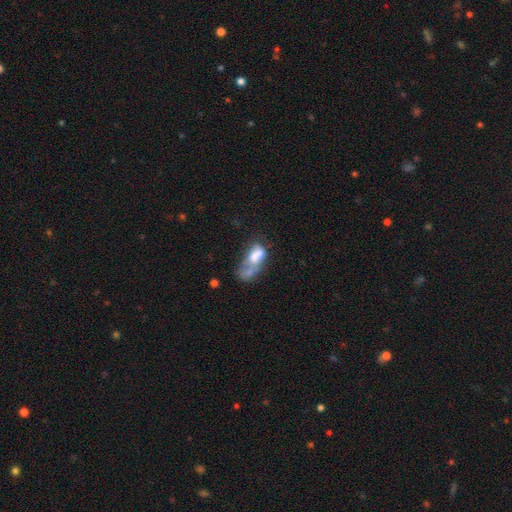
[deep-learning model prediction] smooth-or-featured: smooth: 57% | featured or disk: 33% | star or artifact: 10%
  how-rounded: in between: 85% | round: 10% | cigar-shaped: 5%
  merging: merger: 53% | major disturbance: 23% | none: 12% | minor disturbance: 11%